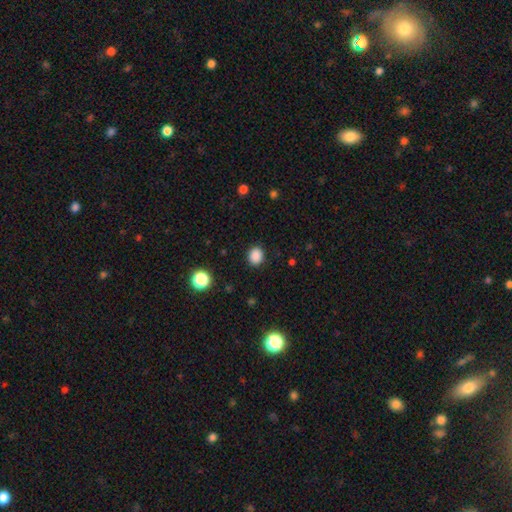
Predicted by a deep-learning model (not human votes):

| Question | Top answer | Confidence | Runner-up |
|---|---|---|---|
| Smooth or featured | smooth | 87% | star or artifact (10%) |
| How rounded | round | 66% | in between (33%) |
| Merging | none | 89% | minor disturbance (8%) |